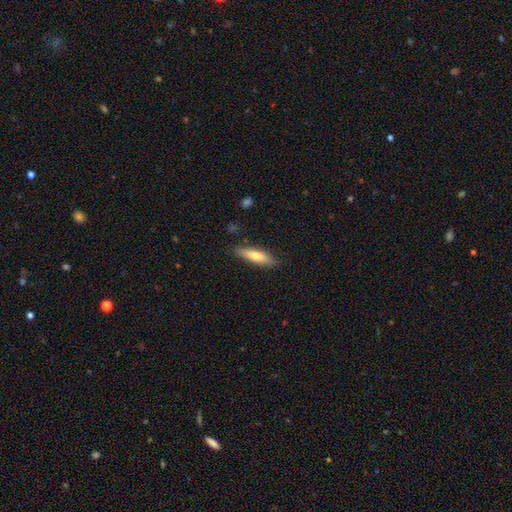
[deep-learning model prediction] Smooth or featured? smooth (63%)
How rounded? cigar-shaped (73%)
Merging? none (83%)